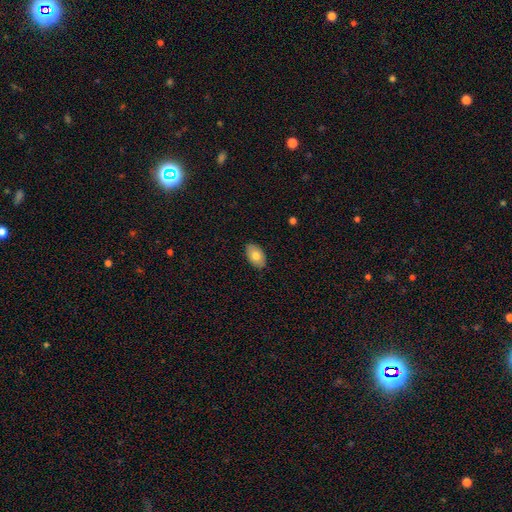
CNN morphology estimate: A smooth galaxy with no disk features (78%) that is in between round and cigar-shaped (92%).

Vote fractions:
- Smooth or featured? smooth: 78% / featured or disk: 15% / star or artifact: 7%
- How rounded? in between: 92% / round: 6% / cigar-shaped: 1%
- Merging? none: 86% / minor disturbance: 11% / major disturbance: 2% / merger: 1%